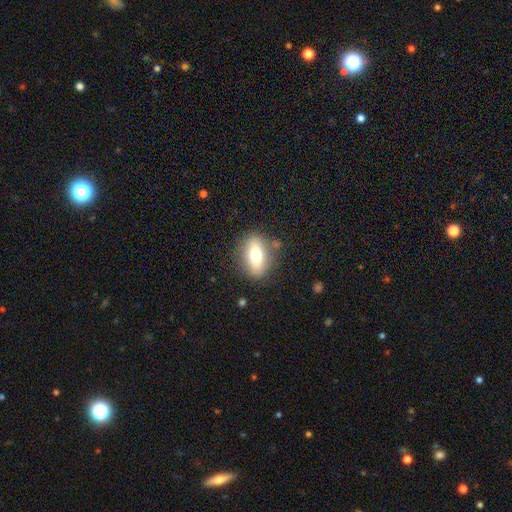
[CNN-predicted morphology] Overall: smooth (63%; featured or disk 28%). How rounded: in between (75%). Merging: none (82%).